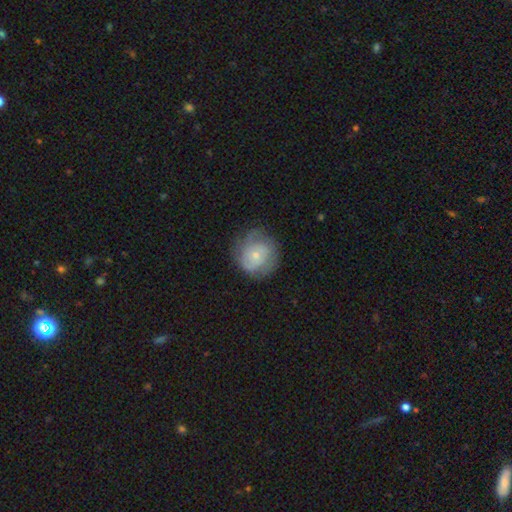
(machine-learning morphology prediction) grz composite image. It shows a featured or disk galaxy (55%) with no bar (81%), spiral arms (76%) and a small central bulge (69%). Merging: none (64%).